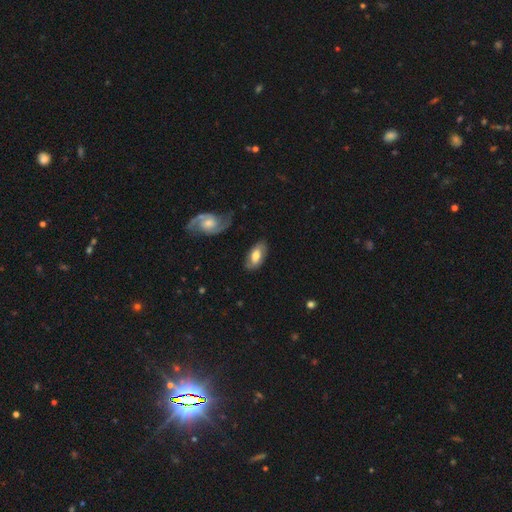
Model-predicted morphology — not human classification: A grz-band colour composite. It shows a smooth galaxy with no disk features (54%) that is in between round and cigar-shaped (92%). Merging: none (72%).